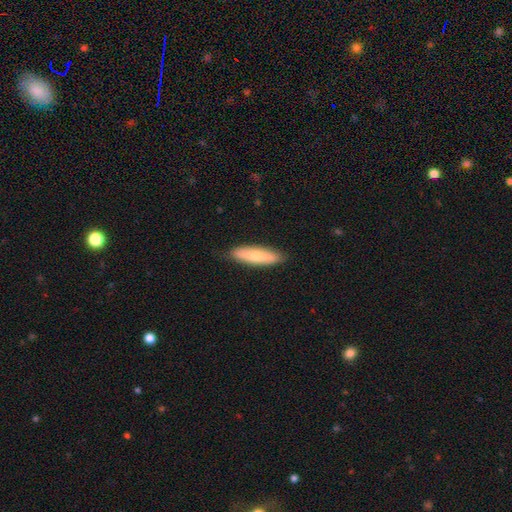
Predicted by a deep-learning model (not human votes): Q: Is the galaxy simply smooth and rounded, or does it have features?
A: smooth — 71%.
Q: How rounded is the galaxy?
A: cigar-shaped — 64%.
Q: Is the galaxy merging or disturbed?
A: none — 86%.